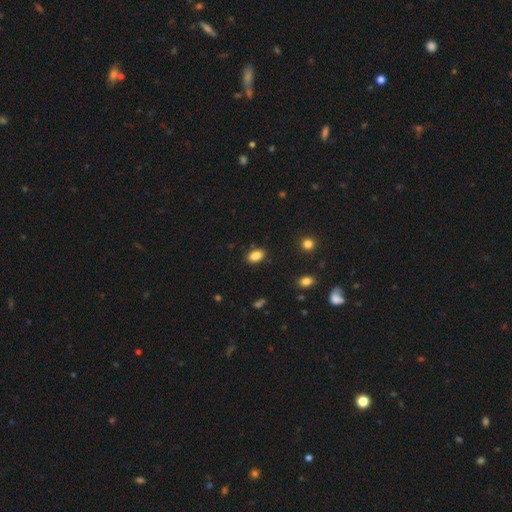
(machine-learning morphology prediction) A smooth galaxy with no disk features (86%) that is in between round and cigar-shaped (89%).

Vote fractions:
- Smooth or featured? smooth: 86% / star or artifact: 9% / featured or disk: 5%
- How rounded? in between: 89% / round: 10% / cigar-shaped: 2%
- Merging? none: 87% / minor disturbance: 9% / major disturbance: 2% / merger: 2%